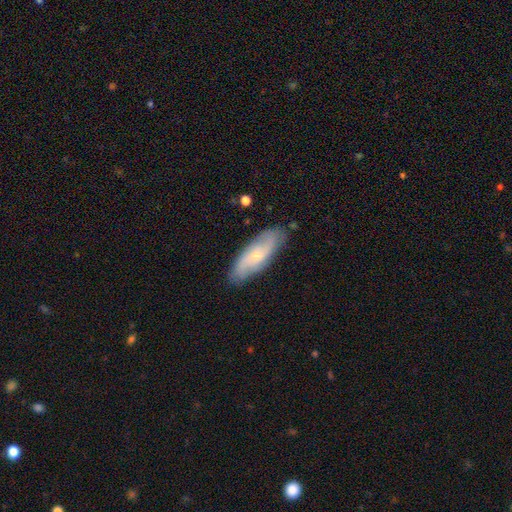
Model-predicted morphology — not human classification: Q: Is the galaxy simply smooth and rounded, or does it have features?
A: featured or disk — 62%.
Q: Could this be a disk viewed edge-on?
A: no — 85%.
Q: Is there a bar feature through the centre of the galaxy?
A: no — 69%.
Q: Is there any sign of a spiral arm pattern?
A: yes — 87%.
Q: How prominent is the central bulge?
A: small — 71%.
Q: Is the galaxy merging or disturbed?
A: none — 80%.